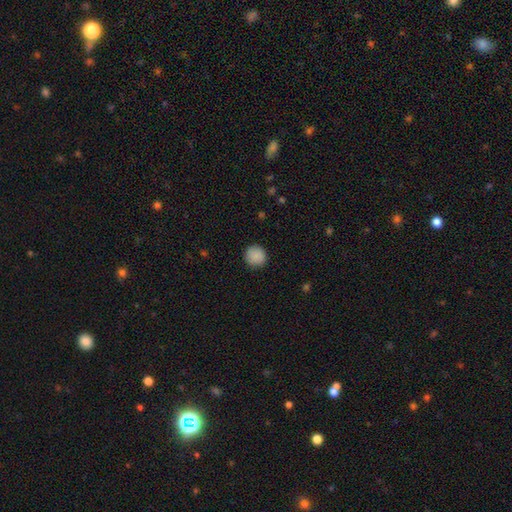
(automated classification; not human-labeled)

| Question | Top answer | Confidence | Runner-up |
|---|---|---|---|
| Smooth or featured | smooth | 88% | star or artifact (8%) |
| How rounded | round | 94% | in between (5%) |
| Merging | none | 90% | minor disturbance (7%) |